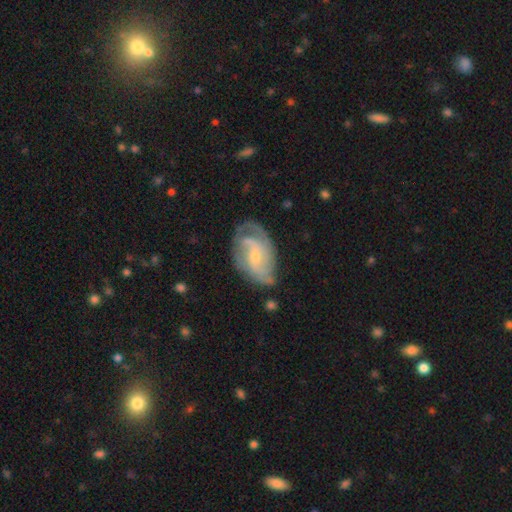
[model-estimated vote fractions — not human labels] featured or disk 78%, smooth 16%, star or artifact 6%. Down the decision tree: edge-on disk — no (96%); bar — weak (46%); spiral arms — yes (92%); spiral arm count — 2 (38%); spiral winding — medium (43%); bulge size — small (61%); merging — none (59%).